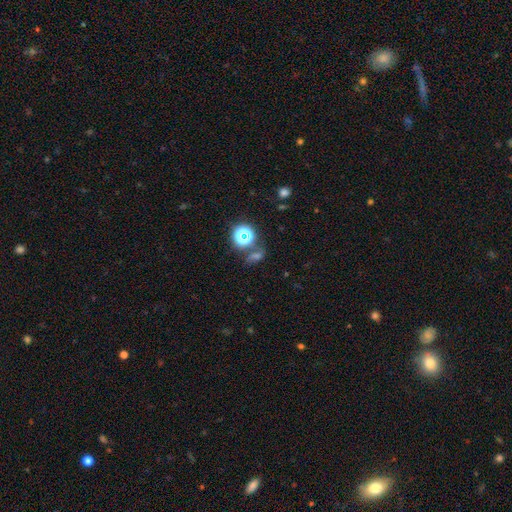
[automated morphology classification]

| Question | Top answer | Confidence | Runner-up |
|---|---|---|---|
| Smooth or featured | star or artifact | 58% | smooth (29%) |